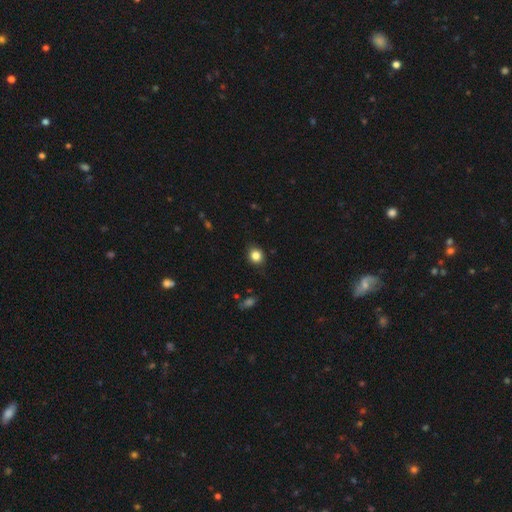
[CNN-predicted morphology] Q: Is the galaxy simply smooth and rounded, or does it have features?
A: smooth — 83%.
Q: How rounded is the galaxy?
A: round — 73%.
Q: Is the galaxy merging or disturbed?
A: none — 85%.